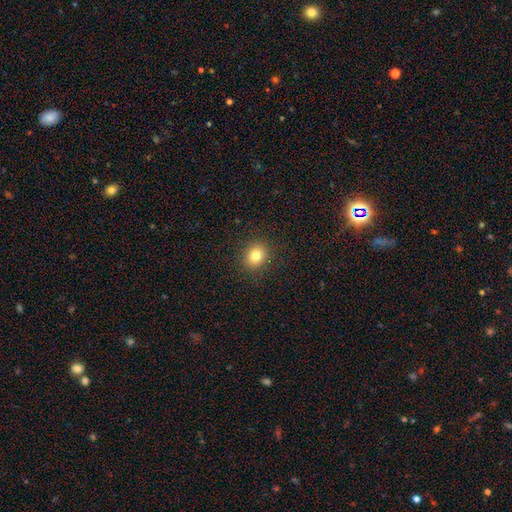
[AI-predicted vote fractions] smooth-or-featured: smooth: 81% | star or artifact: 12% | featured or disk: 7%
  how-rounded: round: 74% | in between: 26% | cigar-shaped: 1%
  merging: none: 90% | minor disturbance: 6% | major disturbance: 2% | merger: 1%